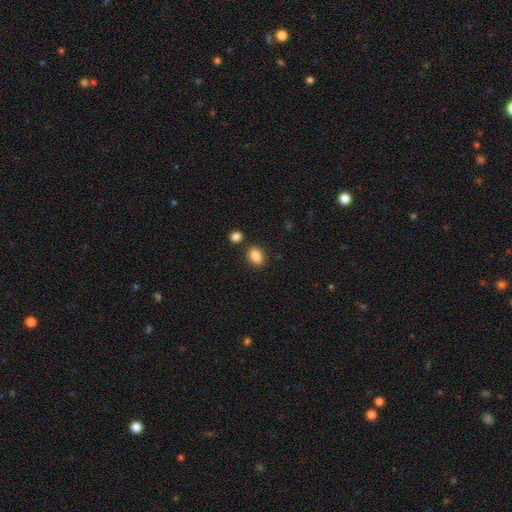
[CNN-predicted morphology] A smooth galaxy with no disk features (87%) that is in between round and cigar-shaped (76%).

Vote fractions:
- Smooth or featured? smooth: 87% / star or artifact: 8% / featured or disk: 5%
- How rounded? in between: 76% / round: 23% / cigar-shaped: 1%
- Merging? none: 82% / minor disturbance: 9% / merger: 6% / major disturbance: 2%